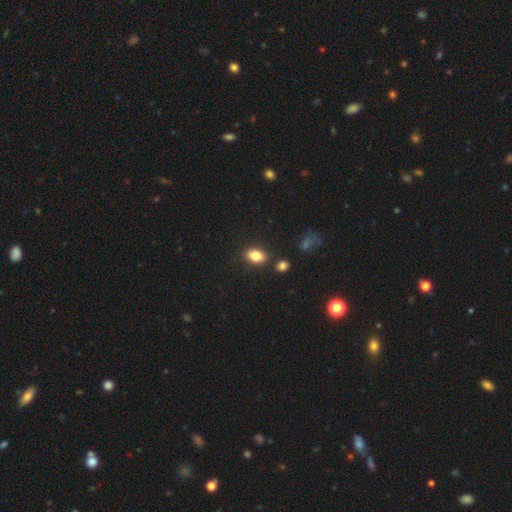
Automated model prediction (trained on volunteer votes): A smooth galaxy with no disk features (84%) that is in between round and cigar-shaped (84%). Merging: none (82%).